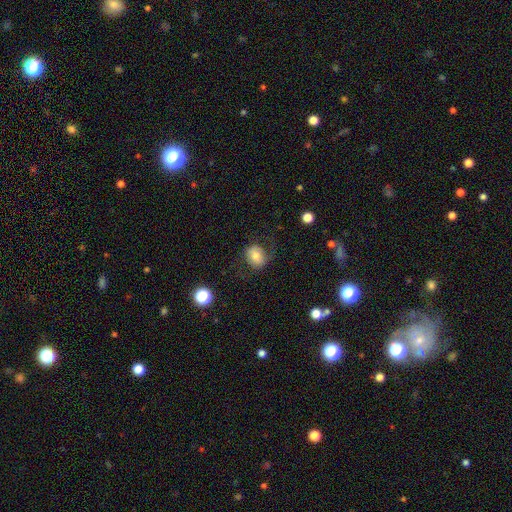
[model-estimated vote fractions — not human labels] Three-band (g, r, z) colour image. It shows a smooth galaxy with no disk features (64%) that is round (59%). Merging: none (63%).